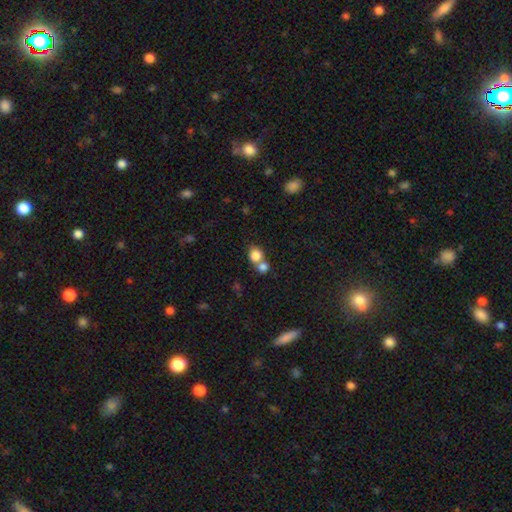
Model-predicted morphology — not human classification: Smooth or featured?
  - smooth: 82% *
  - star or artifact: 10%
  - featured or disk: 8%
How rounded?
  - round: 75% *
  - in between: 24%
  - cigar-shaped: 1%
Merging?
  - merger: 51% *
  - none: 40%
  - minor disturbance: 6%
  - major disturbance: 3%